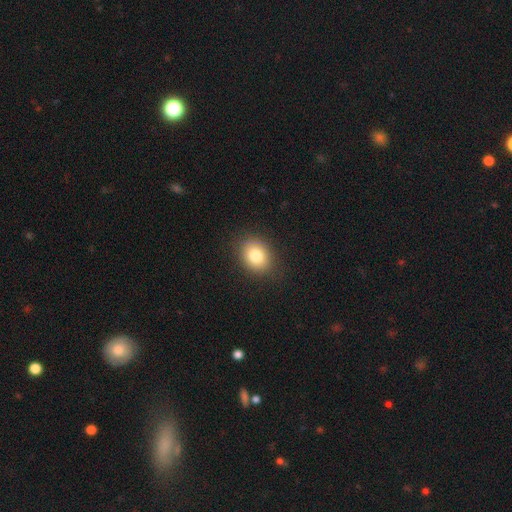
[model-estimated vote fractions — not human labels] A smooth galaxy with no disk features (81%) that is in between round and cigar-shaped (51%).

Vote fractions:
- Smooth or featured? smooth: 81% / star or artifact: 10% / featured or disk: 9%
- How rounded? in between: 51% / round: 48% / cigar-shaped: 1%
- Merging? none: 86% / minor disturbance: 10% / major disturbance: 3% / merger: 1%